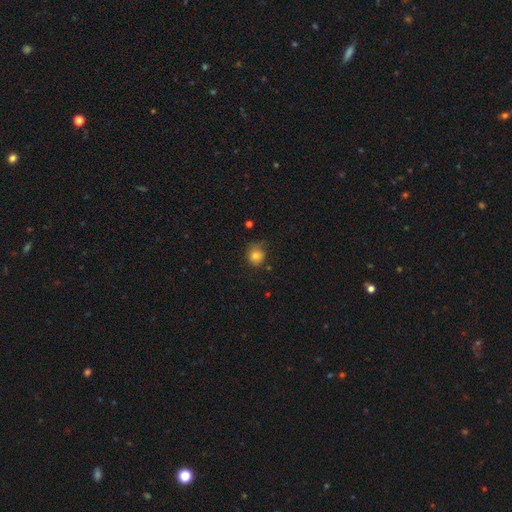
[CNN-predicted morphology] Smooth or featured: smooth — 80% (star or artifact — 12%)
How rounded: round — 79% (in between — 20%)
Merging: none — 64% (minor disturbance — 26%)